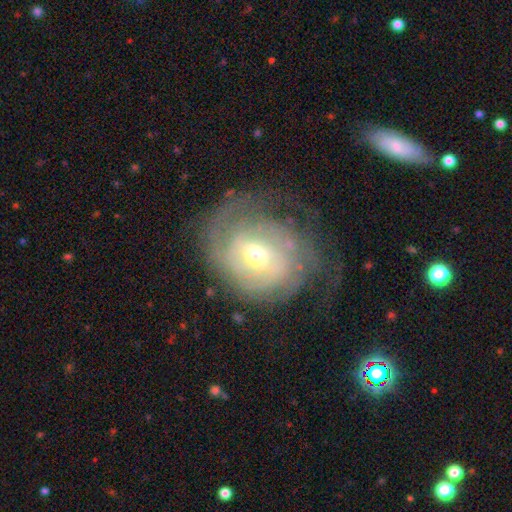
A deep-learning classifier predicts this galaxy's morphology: The model was most divided on "bar": no: 46%, weak: 42%, strong: 13%. Remaining: edge-on disk — no (96%); spiral arms — yes (83%); smooth or featured — featured or disk (74%); bulge size — moderate (61%); spiral winding — tight (56%); merging — none (52%); spiral arm count — can't tell (44%).